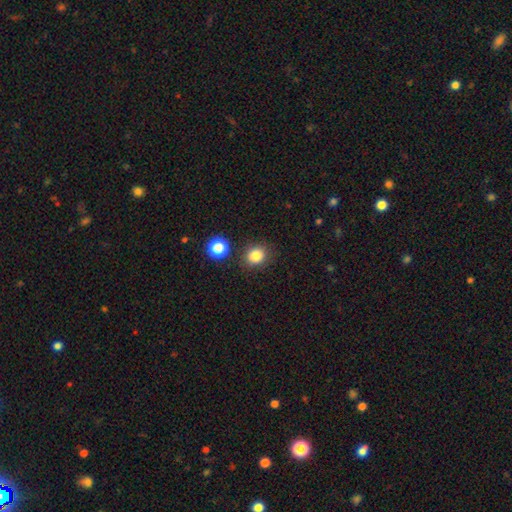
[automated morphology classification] Smooth or featured?
  - smooth: 83% *
  - star or artifact: 12%
  - featured or disk: 5%
How rounded?
  - round: 72% *
  - in between: 27%
  - cigar-shaped: 1%
Merging?
  - none: 80% *
  - minor disturbance: 11%
  - merger: 6%
  - major disturbance: 3%